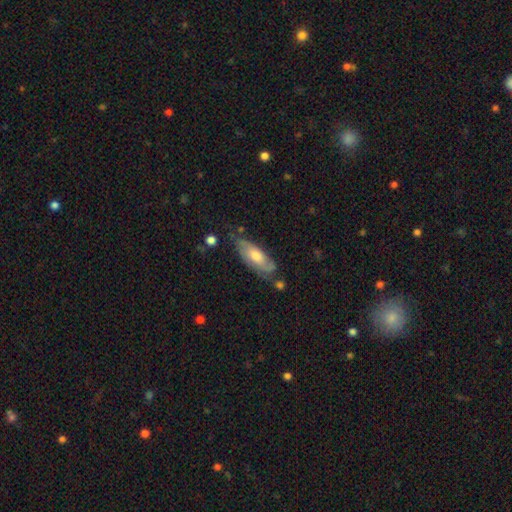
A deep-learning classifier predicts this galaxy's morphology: This is possibly a featured or disk galaxy (58%). It is clearly not viewed edge-on (80%). Merging: possibly none (59%).